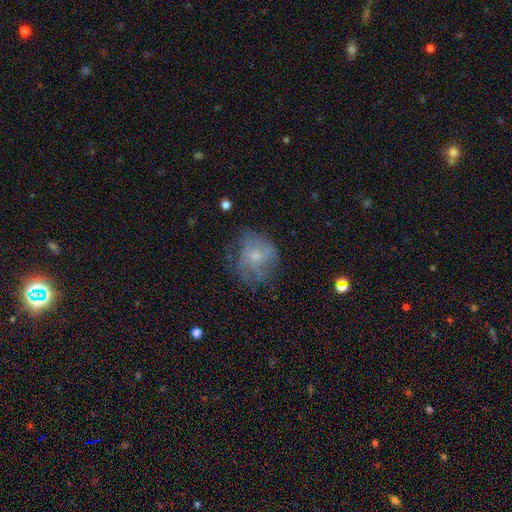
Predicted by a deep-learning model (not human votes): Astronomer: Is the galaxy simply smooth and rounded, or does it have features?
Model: smooth — 47% (runner-up: featured or disk, 42%).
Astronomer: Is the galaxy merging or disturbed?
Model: none — 52%.